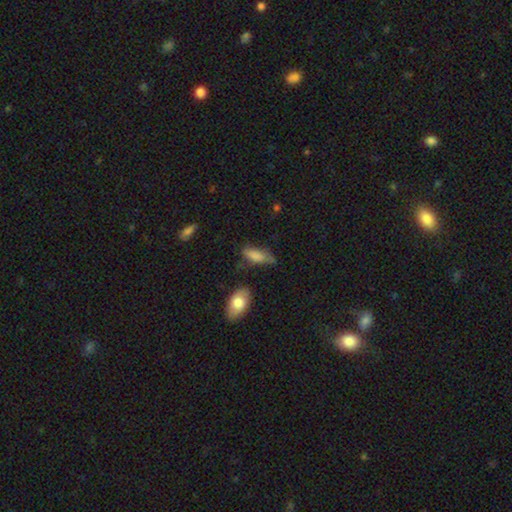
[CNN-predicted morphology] Smooth or featured? smooth (79%)
How rounded? in between (74%)
Merging? none (48%)